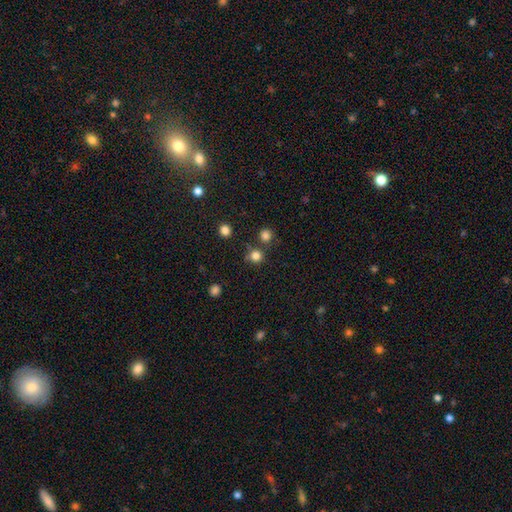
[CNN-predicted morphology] smooth_or_featured: smooth (p=0.80) [alt: star or artifact p=0.15]
how_rounded: round (p=0.91) [alt: in between p=0.08]
merging: none (p=0.73) [alt: merger p=0.14]